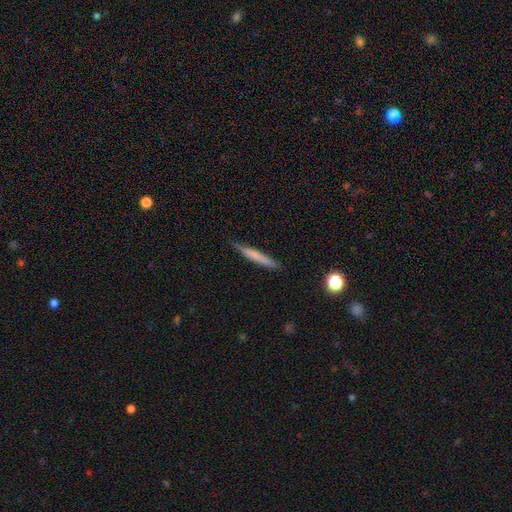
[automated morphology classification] smooth 63%, featured or disk 31%, star or artifact 7%. Down the decision tree: how rounded — cigar-shaped (95%); merging — none (85%).